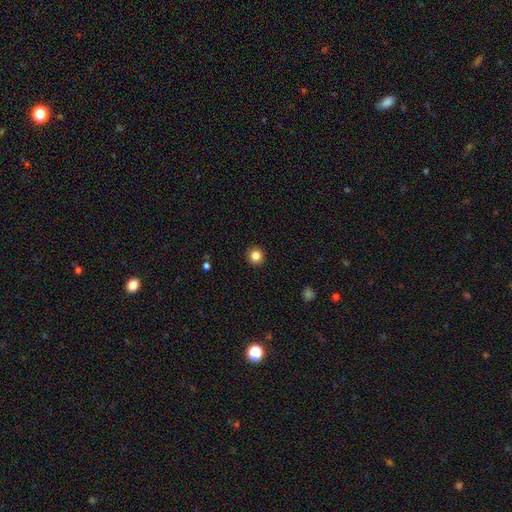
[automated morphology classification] This is clearly a smooth galaxy (84%). How rounded: clearly round (94%). Merging: clearly none (93%).